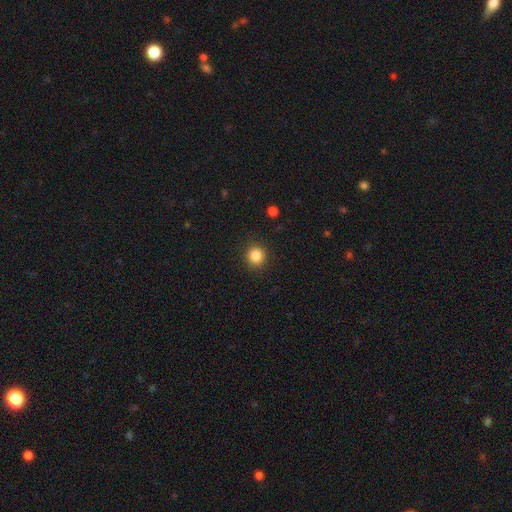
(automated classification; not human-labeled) smooth_or_featured: smooth (p=0.85) [alt: star or artifact p=0.11]
how_rounded: round (p=0.92) [alt: in between p=0.07]
merging: none (p=0.91) [alt: minor disturbance p=0.06]